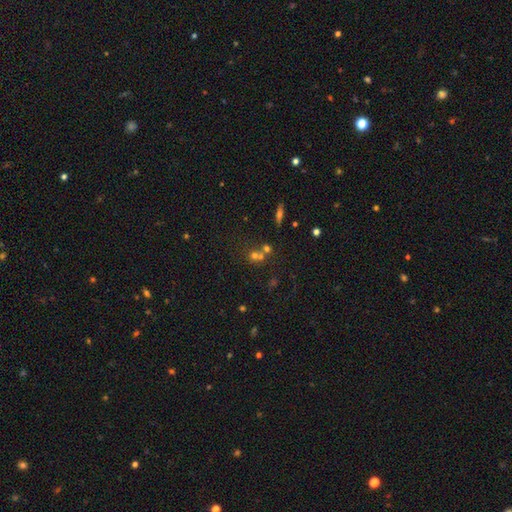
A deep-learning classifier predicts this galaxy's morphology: smooth 51%, star or artifact 30%, featured or disk 19%. Down the decision tree: how rounded — round (82%); merging — none (48%).